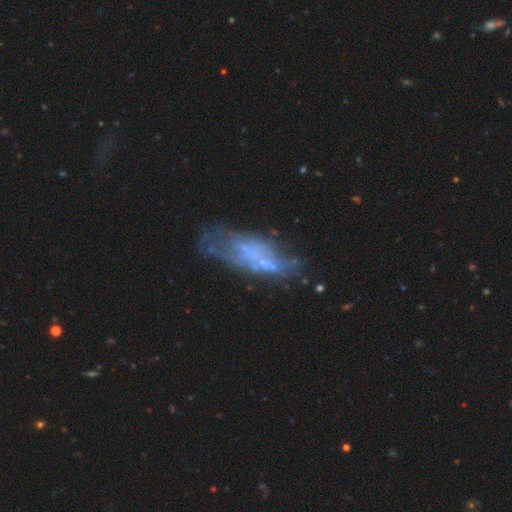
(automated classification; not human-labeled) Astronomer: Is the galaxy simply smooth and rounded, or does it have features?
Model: featured or disk — 54% (runner-up: smooth, 33%).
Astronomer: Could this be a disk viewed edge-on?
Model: no — 84%.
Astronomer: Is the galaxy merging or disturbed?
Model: none — 43% (runner-up: minor disturbance, 25%).